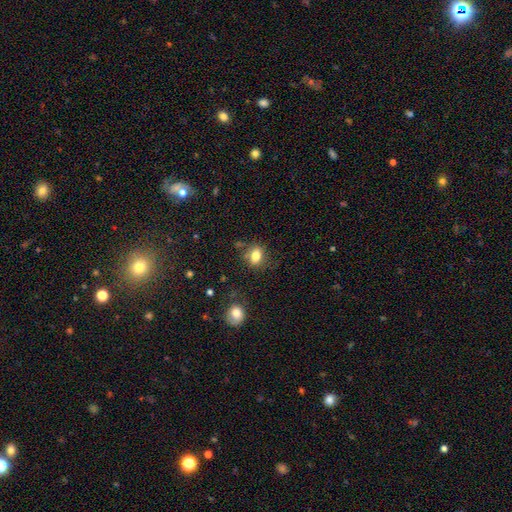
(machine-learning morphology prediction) The model was most divided on "how rounded": in between: 66%, round: 32%, cigar-shaped: 2%. More confident: smooth or featured — smooth (80%); merging — none (70%).